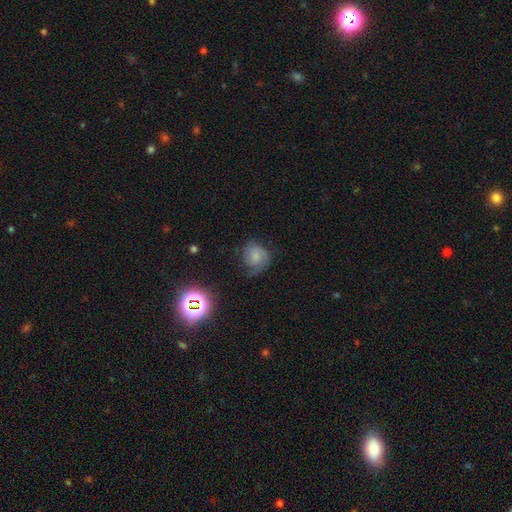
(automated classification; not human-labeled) A smooth galaxy with no disk features (49%).

Vote fractions:
- Smooth or featured? smooth: 49% / featured or disk: 39% / star or artifact: 12%
- Merging? none: 52% / minor disturbance: 29% / major disturbance: 18% / merger: 2%